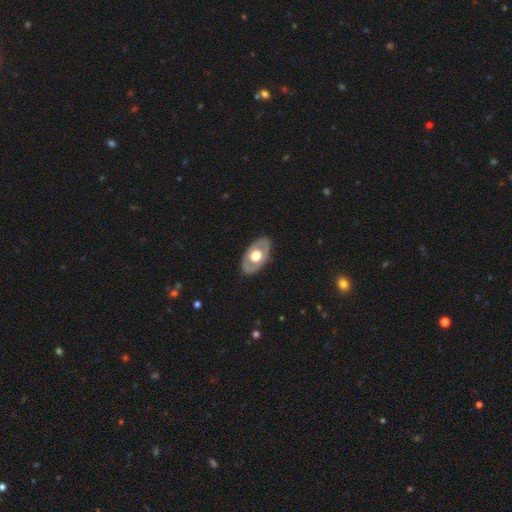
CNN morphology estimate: A featured or disk galaxy (55%). Merging: none (84%).